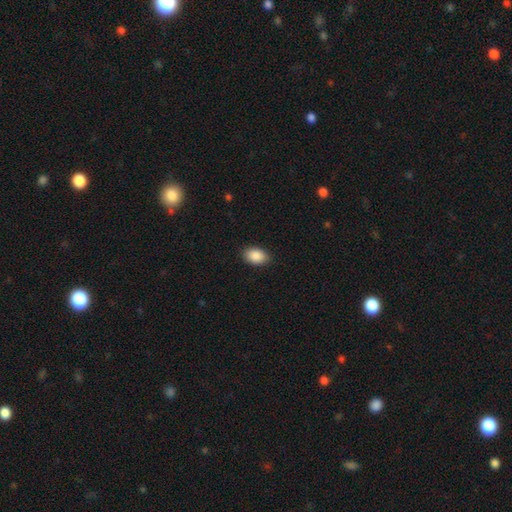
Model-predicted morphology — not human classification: Overall: smooth (90%). How rounded: in between (88%). Merging: none (89%).